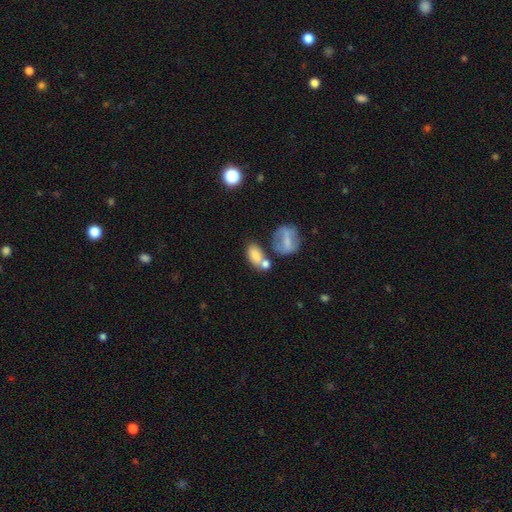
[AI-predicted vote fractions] Smooth or featured? Predicted: smooth (p=0.74). How rounded? Predicted: in between (p=0.83). Merging? Predicted: none (p=0.38, tied with merger).